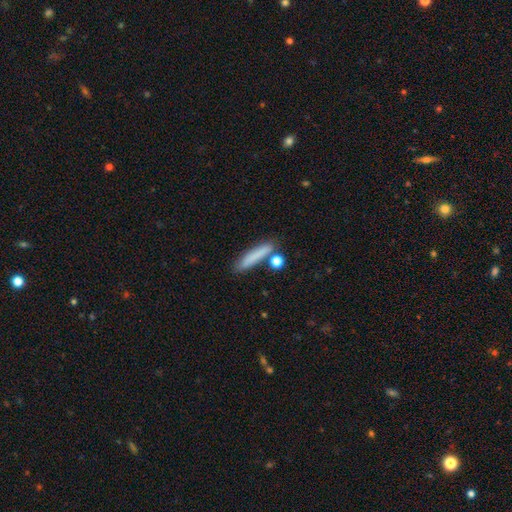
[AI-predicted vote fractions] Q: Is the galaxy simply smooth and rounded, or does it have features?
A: smooth — 79%.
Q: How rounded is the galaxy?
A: cigar-shaped — 84%.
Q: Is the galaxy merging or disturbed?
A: none — 74%.